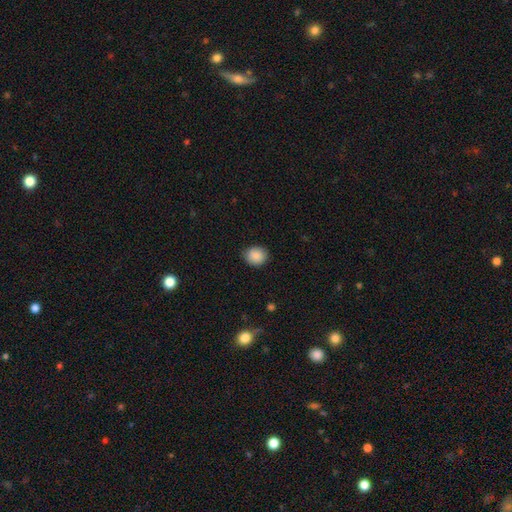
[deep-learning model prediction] A smooth galaxy with no disk features (89%) that is round (71%).

Vote fractions:
- Smooth or featured? smooth: 89% / star or artifact: 8% / featured or disk: 3%
- How rounded? round: 71% / in between: 28% / cigar-shaped: 1%
- Merging? none: 85% / minor disturbance: 12% / major disturbance: 2% / merger: 1%